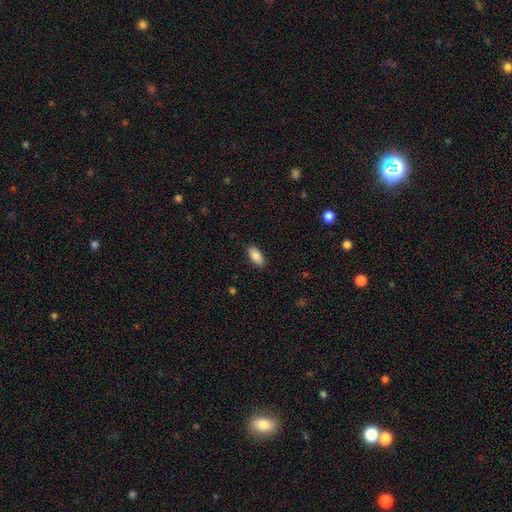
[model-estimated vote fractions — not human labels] Overall: smooth (85%). How rounded: in between (91%). Merging: none (88%).